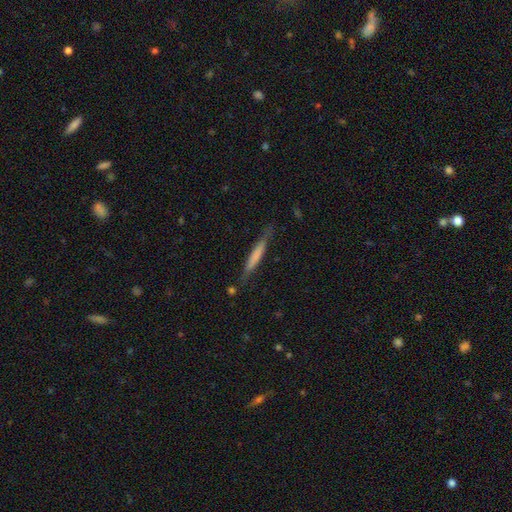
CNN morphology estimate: Smooth or featured? smooth (60%)
How rounded? cigar-shaped (95%)
Merging? none (77%)